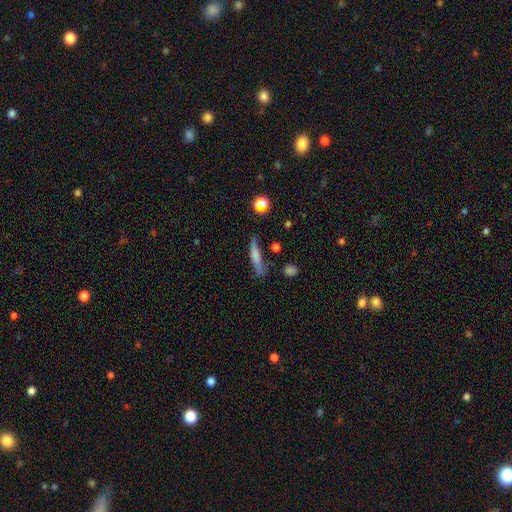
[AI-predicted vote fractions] Smooth or featured: smooth — 61% (featured or disk — 31%)
How rounded: cigar-shaped — 85% (in between — 13%)
Merging: none — 67% (minor disturbance — 21%)